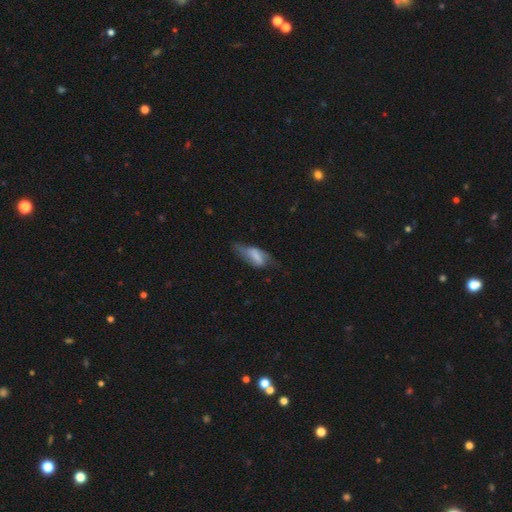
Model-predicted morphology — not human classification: The model was most divided on "smooth or featured": featured or disk: 48%, smooth: 44%, star or artifact: 8%. Remaining: merging — none (40%).